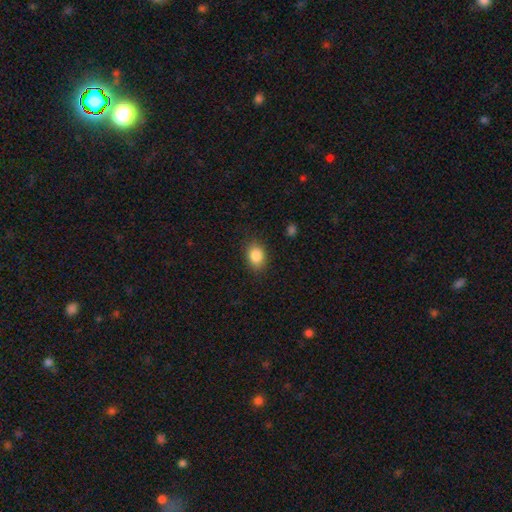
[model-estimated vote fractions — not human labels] smooth 86%, star or artifact 9%, featured or disk 6%. Down the decision tree: how rounded — in between (68%); merging — none (84%).